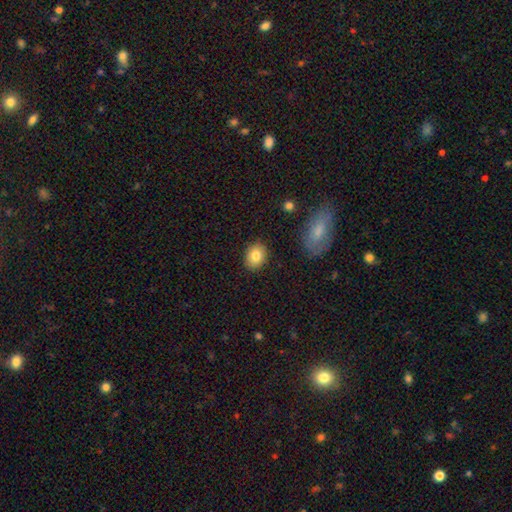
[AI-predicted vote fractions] smooth-or-featured: smooth: 83% | featured or disk: 8% | star or artifact: 8%
  how-rounded: in between: 54% | round: 45% | cigar-shaped: 1%
  merging: none: 87% | minor disturbance: 9% | major disturbance: 2% | merger: 1%